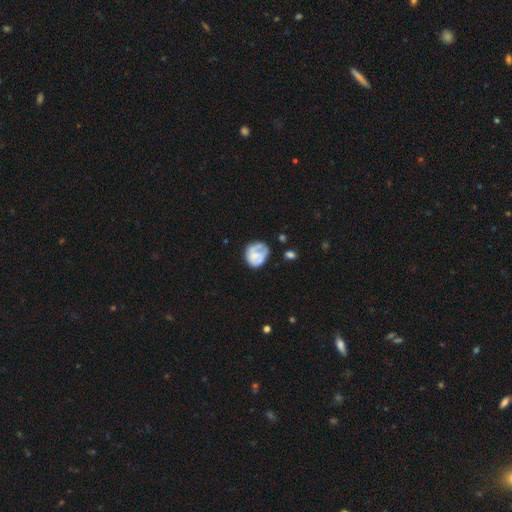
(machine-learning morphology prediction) The model was most divided on "smooth or featured": smooth: 48%, featured or disk: 44%, star or artifact: 8%. Remaining: merging — none (45%).